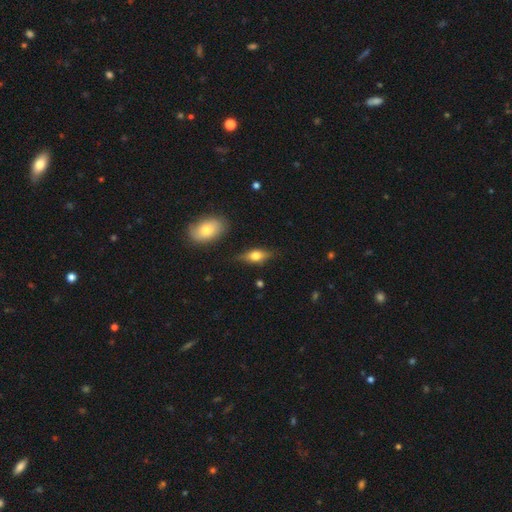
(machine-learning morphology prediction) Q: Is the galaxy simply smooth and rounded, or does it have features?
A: smooth — 54%.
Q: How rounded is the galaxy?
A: in between — 69%.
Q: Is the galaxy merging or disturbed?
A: none — 79%.